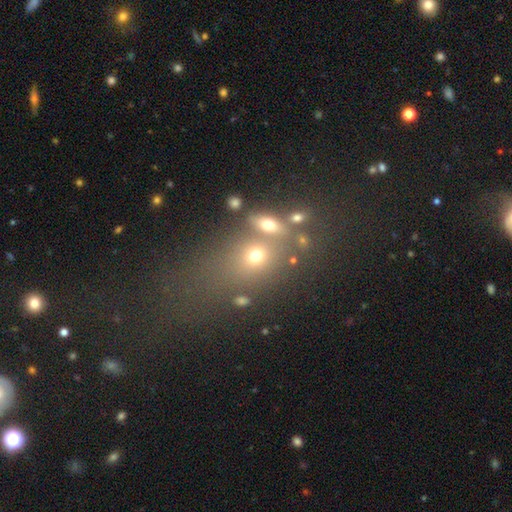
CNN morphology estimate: Smooth or featured? Predicted: smooth (p=0.66). How rounded? Predicted: round (p=0.49). Merging? Predicted: none (p=0.51).